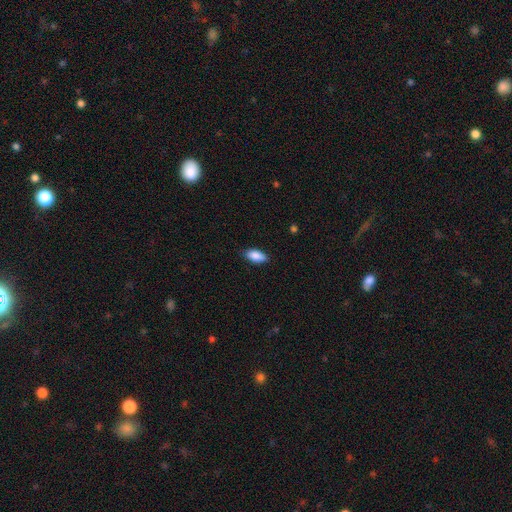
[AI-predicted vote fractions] smooth-or-featured: smooth: 88% | star or artifact: 7% | featured or disk: 5%
  how-rounded: in between: 91% | cigar-shaped: 7% | round: 3%
  merging: none: 84% | minor disturbance: 13% | major disturbance: 2% | merger: 1%